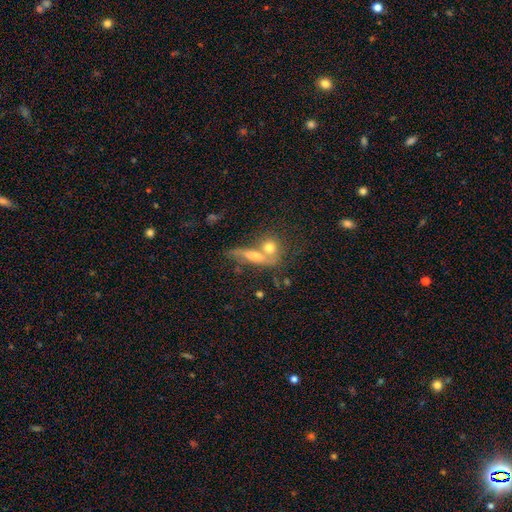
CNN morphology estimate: Smooth or featured? Predicted: smooth (p=0.42). Merging? Predicted: merger (p=0.48).